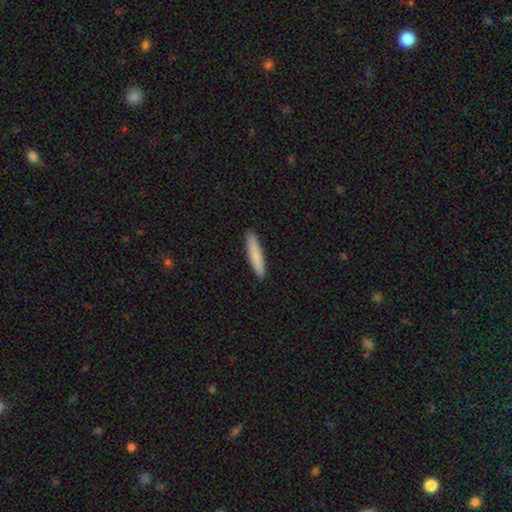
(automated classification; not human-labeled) Q: Smooth or featured?
A: smooth (82%); runner-up: featured or disk (13%)
Q: How rounded?
A: cigar-shaped (88%); runner-up: in between (11%)
Q: Merging?
A: none (91%); runner-up: minor disturbance (7%)